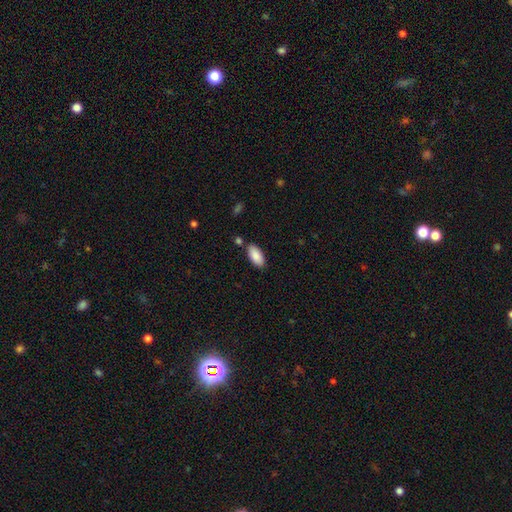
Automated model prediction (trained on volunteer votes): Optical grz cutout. It shows a smooth galaxy with no disk features (88%) that is in between round and cigar-shaped (92%). Merging: none (82%).